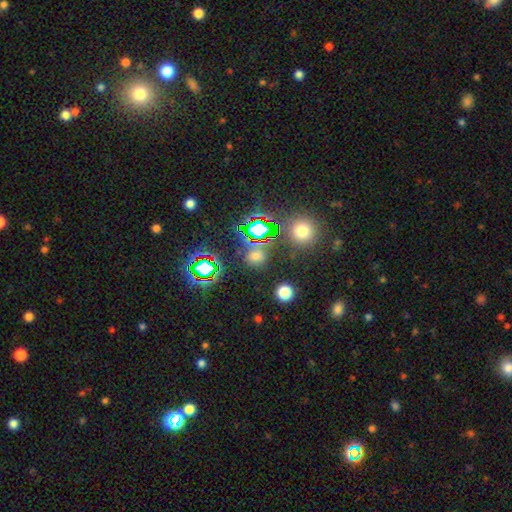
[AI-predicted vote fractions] smooth_or_featured: star or artifact (p=0.51) [alt: smooth p=0.41]